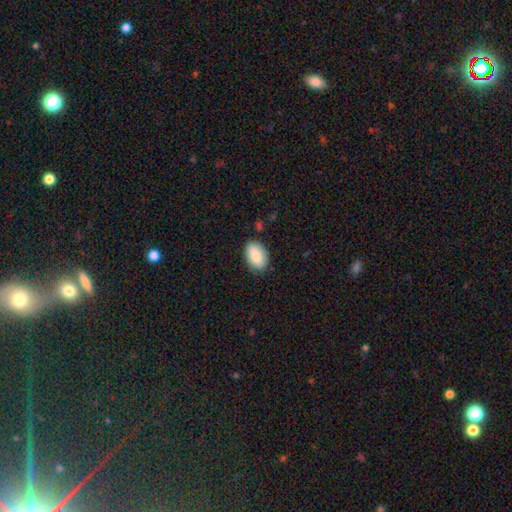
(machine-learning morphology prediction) Q: Smooth or featured?
A: smooth (86%); runner-up: featured or disk (7%)
Q: How rounded?
A: in between (92%); runner-up: round (6%)
Q: Merging?
A: none (83%); runner-up: minor disturbance (13%)